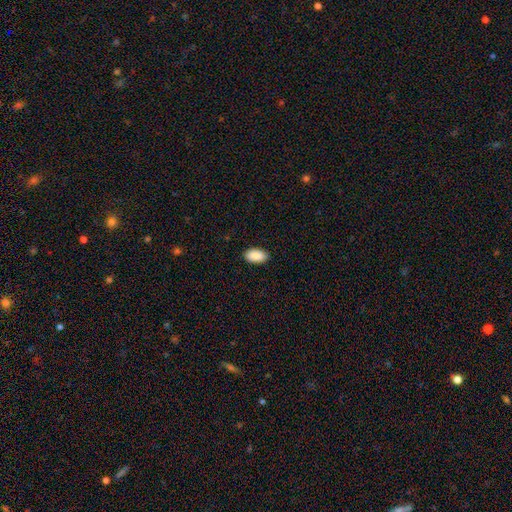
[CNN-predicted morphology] Q: Smooth or featured?
A: smooth (90%); runner-up: star or artifact (6%)
Q: How rounded?
A: in between (95%); runner-up: round (3%)
Q: Merging?
A: none (89%); runner-up: minor disturbance (8%)